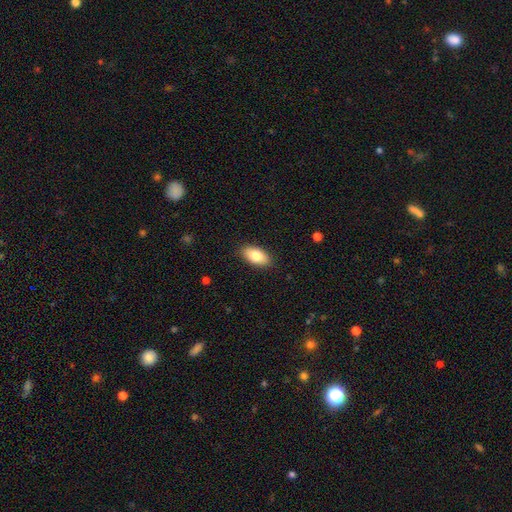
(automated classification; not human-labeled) smooth-or-featured: smooth: 80% | featured or disk: 14% | star or artifact: 7%
  how-rounded: in between: 92% | cigar-shaped: 4% | round: 4%
  merging: none: 88% | minor disturbance: 9% | major disturbance: 2% | merger: 1%